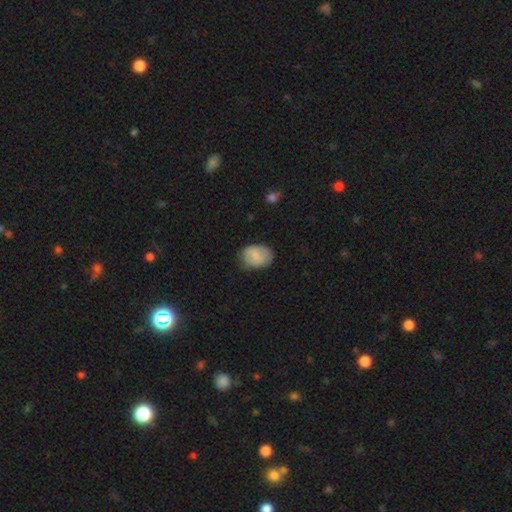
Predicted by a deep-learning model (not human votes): A smooth galaxy with no disk features (77%) that is in between round and cigar-shaped (71%).

Vote fractions:
- Smooth or featured? smooth: 77% / featured or disk: 16% / star or artifact: 7%
- How rounded? in between: 71% / round: 28% / cigar-shaped: 1%
- Merging? none: 74% / minor disturbance: 20% / major disturbance: 5% / merger: 1%